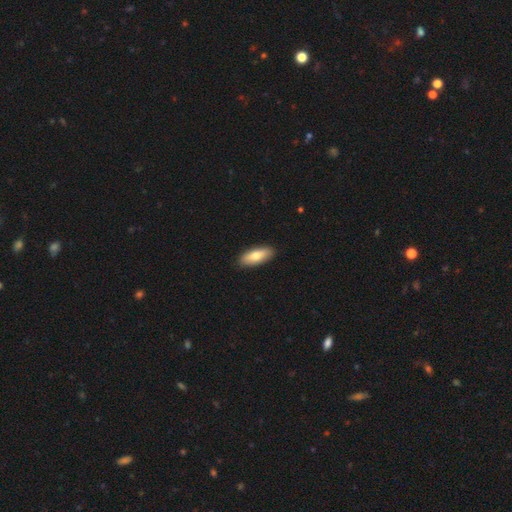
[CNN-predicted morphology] Smooth or featured?
  - smooth: 75% *
  - featured or disk: 19%
  - star or artifact: 6%
How rounded?
  - in between: 75% *
  - cigar-shaped: 23%
  - round: 2%
Merging?
  - none: 89% *
  - minor disturbance: 8%
  - major disturbance: 2%
  - merger: 1%